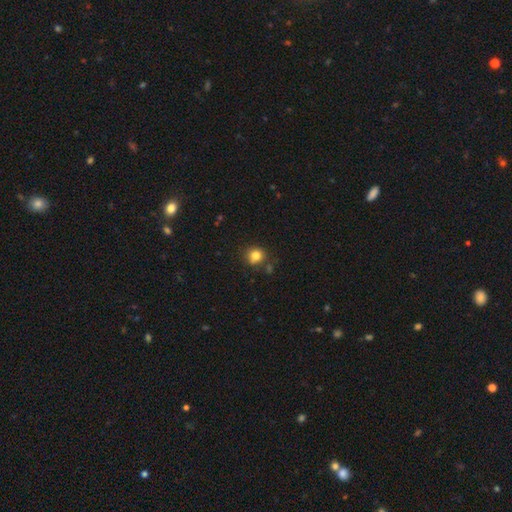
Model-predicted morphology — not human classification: This is clearly a smooth galaxy (81%). How rounded: clearly round (86%). Merging: likely none (79%).